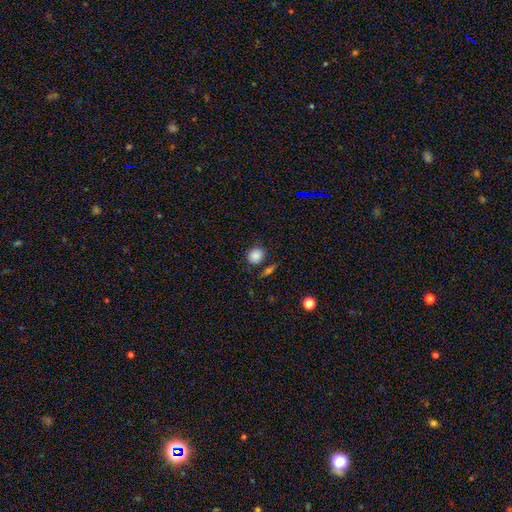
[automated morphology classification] This appears to be a smooth galaxy with no disk features (85%) that is round (74%). Merging: none (75%).